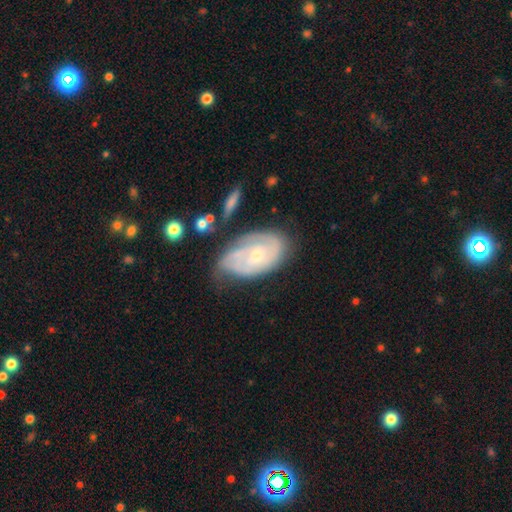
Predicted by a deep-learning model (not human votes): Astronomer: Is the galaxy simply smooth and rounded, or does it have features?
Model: featured or disk — 78%.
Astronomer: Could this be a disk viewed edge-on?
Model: no — 96%.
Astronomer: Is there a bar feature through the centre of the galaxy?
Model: no — 68%.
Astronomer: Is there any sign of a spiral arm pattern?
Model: yes — 91%.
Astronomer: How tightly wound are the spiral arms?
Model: tight — 66%.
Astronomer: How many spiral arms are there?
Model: can't tell — 36% (runner-up: 2, 34%).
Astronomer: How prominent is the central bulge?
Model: small — 62%.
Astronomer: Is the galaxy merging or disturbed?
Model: none — 53% (runner-up: minor disturbance, 30%).